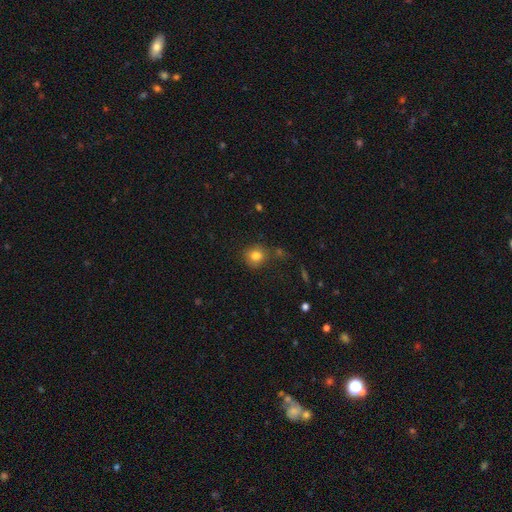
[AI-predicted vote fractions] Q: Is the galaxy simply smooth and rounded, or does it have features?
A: smooth — 80%.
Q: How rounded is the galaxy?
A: round — 81%.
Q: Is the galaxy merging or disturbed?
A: none — 74%.